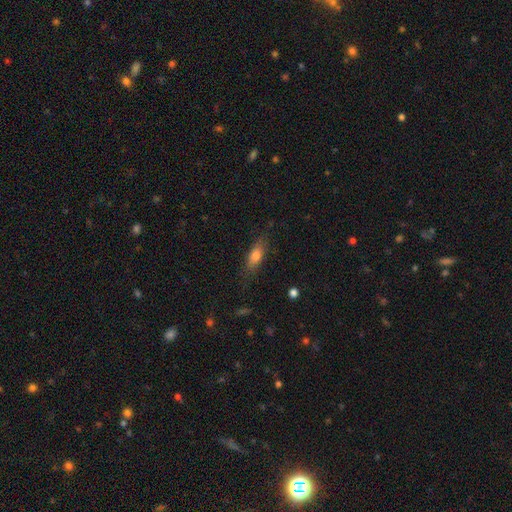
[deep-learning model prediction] Smooth or featured: smooth — 75% (featured or disk — 17%)
How rounded: in between — 67% (cigar-shaped — 29%)
Merging: none — 77% (minor disturbance — 17%)